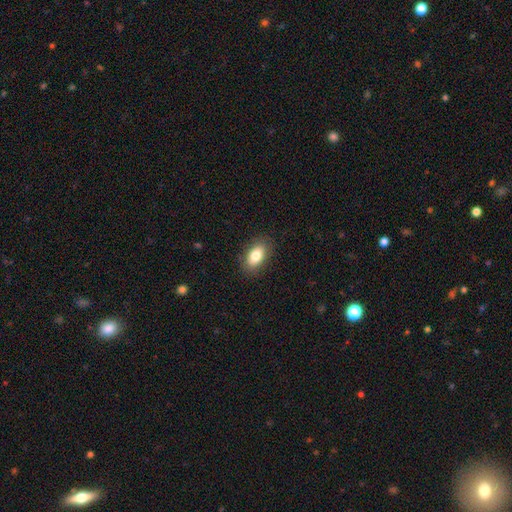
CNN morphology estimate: A smooth galaxy with no disk features (81%) that is in between round and cigar-shaped (91%). Merging: none (86%).